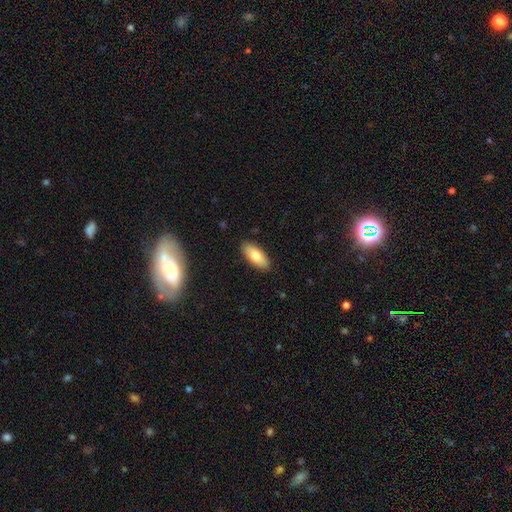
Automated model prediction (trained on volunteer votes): This is likely a smooth galaxy (77%). How rounded: clearly in between (83%). Merging: clearly none (89%).